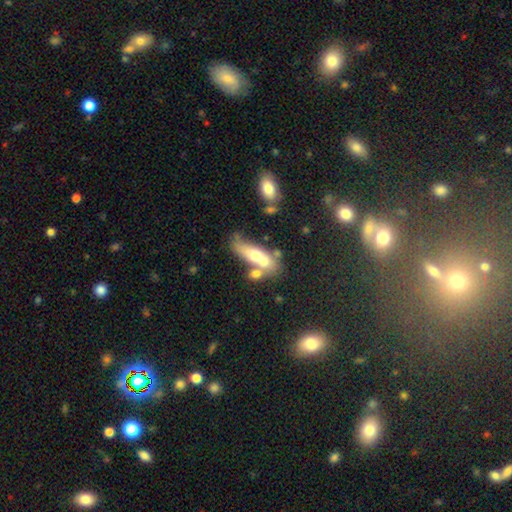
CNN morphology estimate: A smooth galaxy with no disk features (54%) that is in between round and cigar-shaped (64%).

Vote fractions:
- Smooth or featured? smooth: 54% / featured or disk: 36% / star or artifact: 9%
- How rounded? in between: 64% / cigar-shaped: 27% / round: 9%
- Merging? merger: 53% / none: 24% / minor disturbance: 12% / major disturbance: 11%